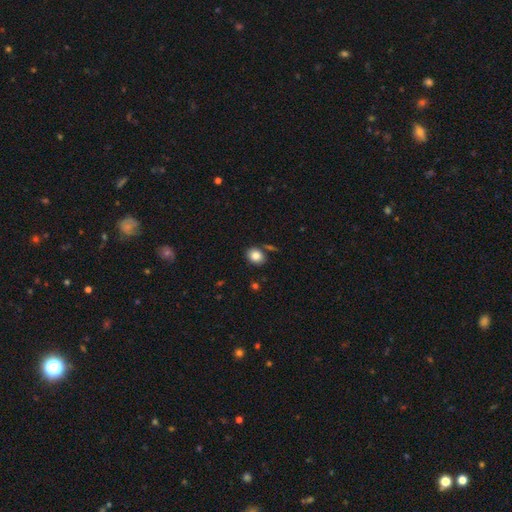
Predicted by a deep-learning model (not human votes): A smooth galaxy with no disk features (83%) that is in between round and cigar-shaped (53%).

Vote fractions:
- Smooth or featured? smooth: 83% / star or artifact: 9% / featured or disk: 8%
- How rounded? in between: 53% / round: 46% / cigar-shaped: 1%
- Merging? none: 79% / minor disturbance: 11% / merger: 7% / major disturbance: 3%